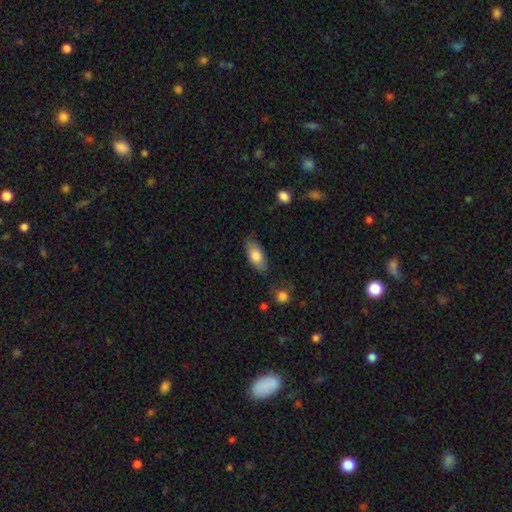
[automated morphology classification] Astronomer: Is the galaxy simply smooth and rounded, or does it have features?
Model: smooth — 80%.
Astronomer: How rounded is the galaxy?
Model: in between — 86%.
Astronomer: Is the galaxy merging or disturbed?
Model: none — 78%.